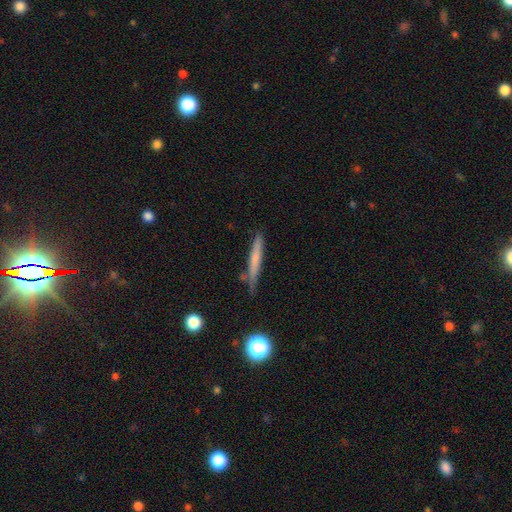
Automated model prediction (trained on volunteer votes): A smooth galaxy with no disk features (60%) that is cigar-shaped (95%). Merging: none (77%).